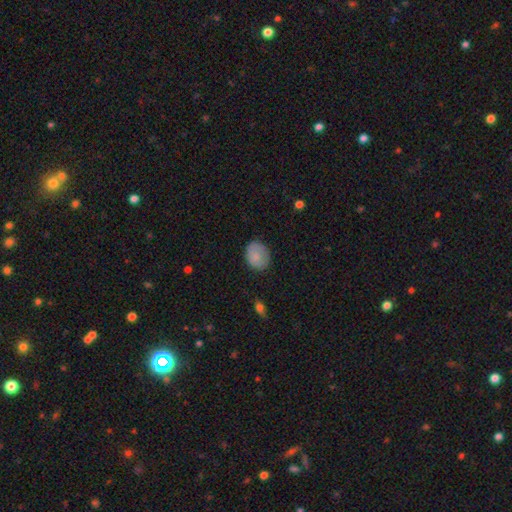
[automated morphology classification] Smooth or featured? Predicted: smooth (p=0.82). How rounded? Predicted: in between (p=0.54). Merging? Predicted: none (p=0.77).